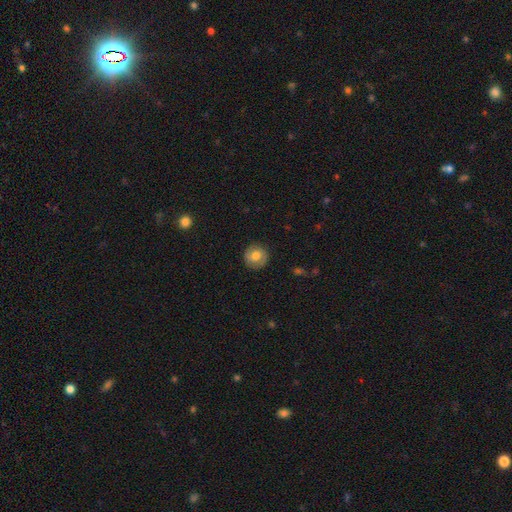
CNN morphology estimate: Q: Smooth or featured?
A: smooth (68%); runner-up: featured or disk (24%)
Q: How rounded?
A: round (92%); runner-up: in between (7%)
Q: Merging?
A: none (87%); runner-up: minor disturbance (10%)